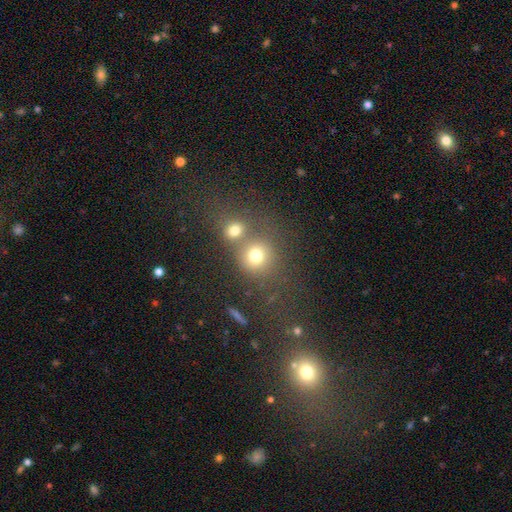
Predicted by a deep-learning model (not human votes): A smooth galaxy with no disk features (75%) that is round (84%).

Vote fractions:
- Smooth or featured? smooth: 75% / star or artifact: 16% / featured or disk: 10%
- How rounded? round: 84% / in between: 15% / cigar-shaped: 1%
- Merging? none: 49% / merger: 39% / minor disturbance: 8% / major disturbance: 5%